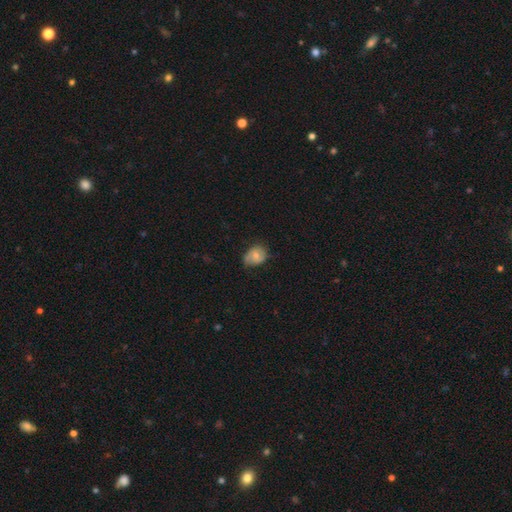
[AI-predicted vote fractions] smooth 54%, featured or disk 38%, star or artifact 8%. Down the decision tree: how rounded — in between (61%); merging — none (58%).